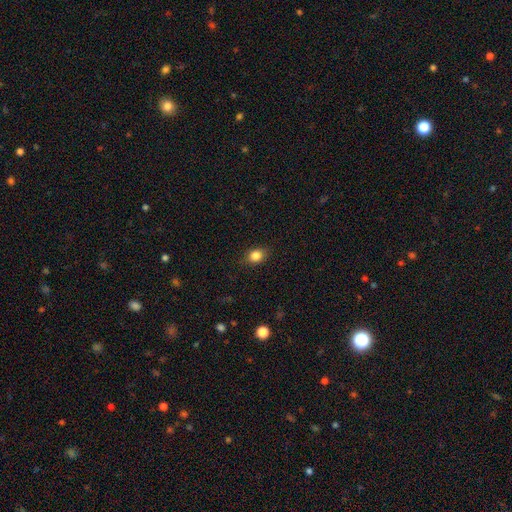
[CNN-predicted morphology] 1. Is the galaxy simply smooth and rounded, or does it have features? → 84% smooth, 10% star or artifact, 6% featured or disk.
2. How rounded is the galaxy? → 50% in between, 49% round, 2% cigar-shaped.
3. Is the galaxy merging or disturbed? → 85% none, 11% minor disturbance, 3% major disturbance, 1% merger.